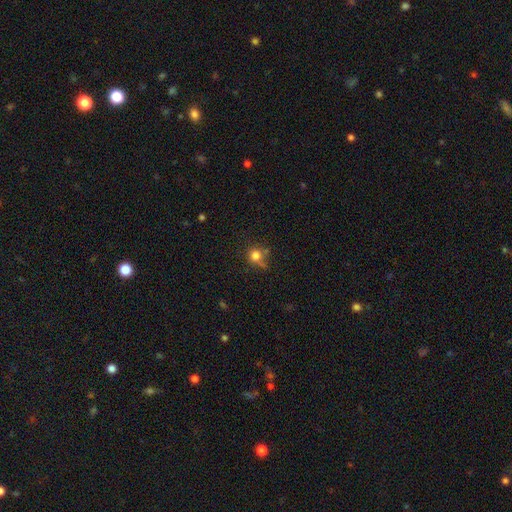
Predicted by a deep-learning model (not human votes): Q: Smooth or featured?
A: smooth (79%); runner-up: star or artifact (13%)
Q: How rounded?
A: round (88%); runner-up: in between (11%)
Q: Merging?
A: none (60%); runner-up: minor disturbance (21%)